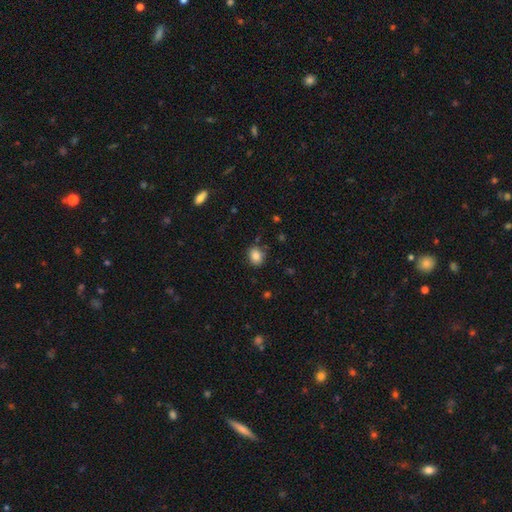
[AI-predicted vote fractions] Q: Smooth or featured?
A: smooth (85%); runner-up: star or artifact (10%)
Q: How rounded?
A: round (50%); runner-up: in between (49%)
Q: Merging?
A: none (83%); runner-up: minor disturbance (12%)